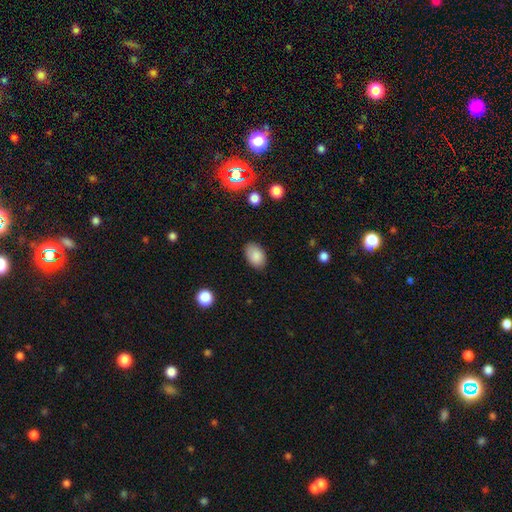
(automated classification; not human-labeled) This appears to be a smooth galaxy with no disk features (87%) that is in between round and cigar-shaped (88%). Merging: none (84%).